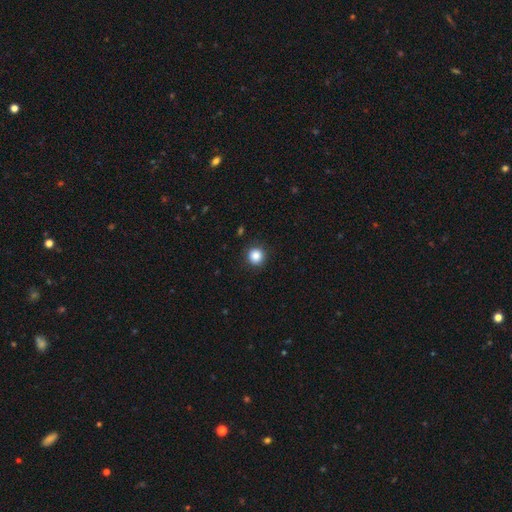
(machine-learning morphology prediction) A smooth galaxy with no disk features (86%) that is round (94%).

Vote fractions:
- Smooth or featured? smooth: 86% / star or artifact: 10% / featured or disk: 3%
- How rounded? round: 94% / in between: 5% / cigar-shaped: 1%
- Merging? none: 91% / minor disturbance: 6% / major disturbance: 2% / merger: 1%